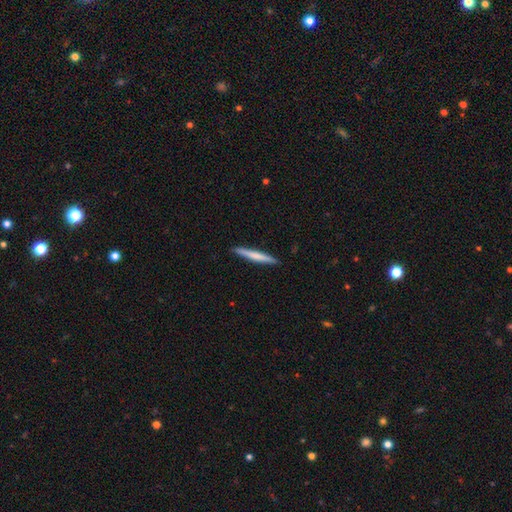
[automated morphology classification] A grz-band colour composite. It shows a smooth galaxy with no disk features (61%) that is cigar-shaped (96%). Merging: none (92%).